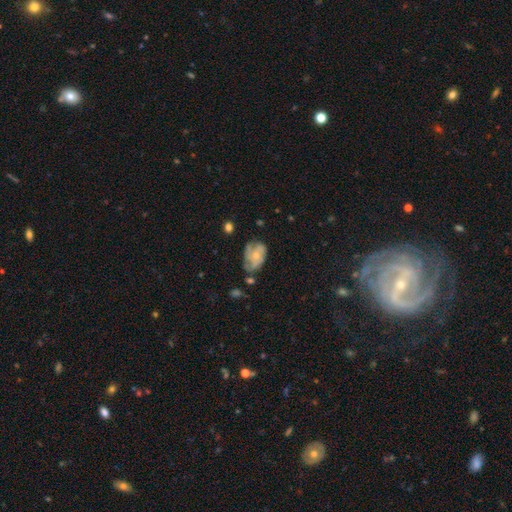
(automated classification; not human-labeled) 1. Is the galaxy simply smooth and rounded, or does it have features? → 60% featured or disk, 32% smooth, 8% star or artifact.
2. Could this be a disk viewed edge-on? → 97% no, 3% yes.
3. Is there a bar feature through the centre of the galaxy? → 82% no, 16% weak, 2% strong.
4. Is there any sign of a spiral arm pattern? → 73% yes, 27% no.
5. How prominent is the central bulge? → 58% small, 35% moderate, 4% none, 2% large, 1% dominant.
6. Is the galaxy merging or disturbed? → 46% none, 31% minor disturbance, 18% major disturbance, 5% merger.